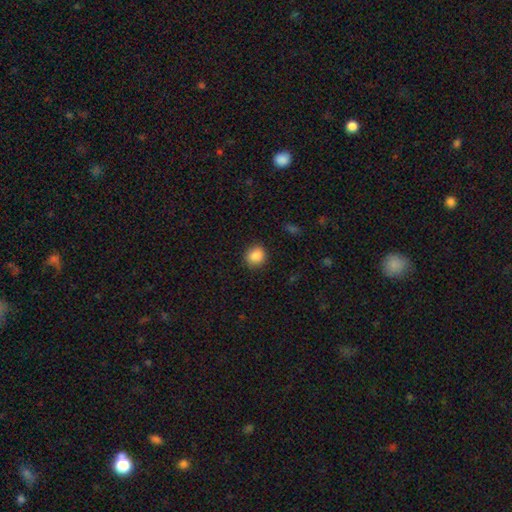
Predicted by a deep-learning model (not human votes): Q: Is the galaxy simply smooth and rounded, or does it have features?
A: smooth — 87%.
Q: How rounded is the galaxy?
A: round — 81%.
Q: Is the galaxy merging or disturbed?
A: none — 89%.